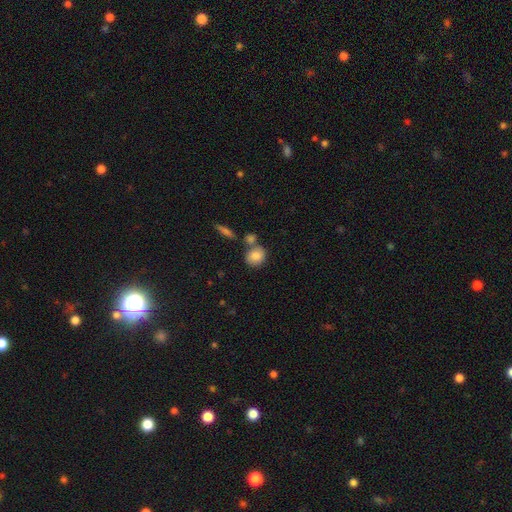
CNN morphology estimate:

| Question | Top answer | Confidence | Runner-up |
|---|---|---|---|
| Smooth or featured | smooth | 83% | featured or disk (9%) |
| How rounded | round | 75% | in between (24%) |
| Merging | none | 59% | merger (25%) |